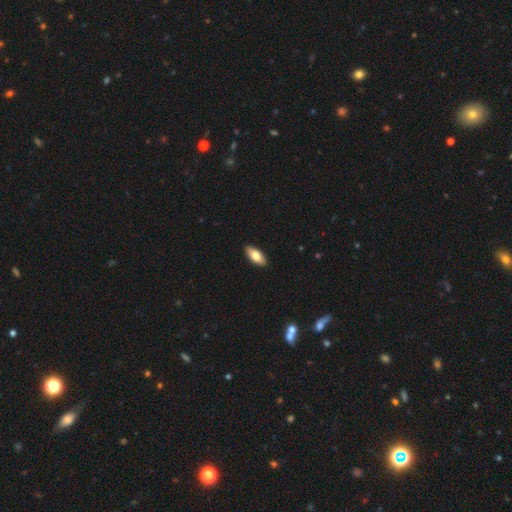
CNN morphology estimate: This appears to be a smooth galaxy with no disk features (78%) that is in between round and cigar-shaped (87%). Merging: none (91%).